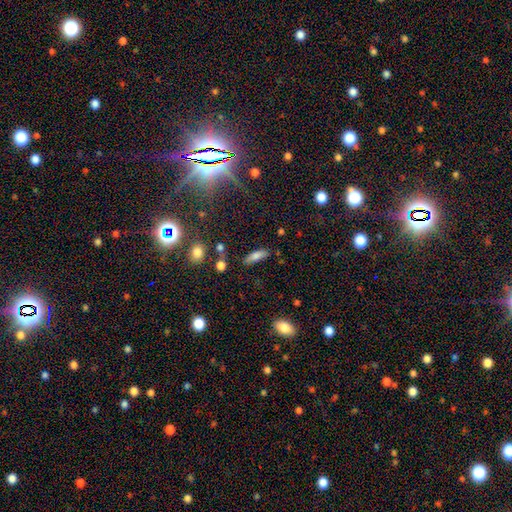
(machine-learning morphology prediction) Overall: smooth (72%). How rounded: in between (56%; cigar-shaped 41%). Merging: none (76%).